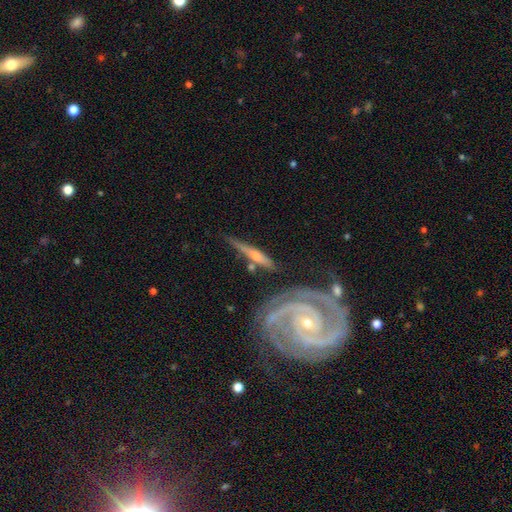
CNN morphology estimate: type=featured or disk (81%); edge-on=yes (59%); merging=none (68%).